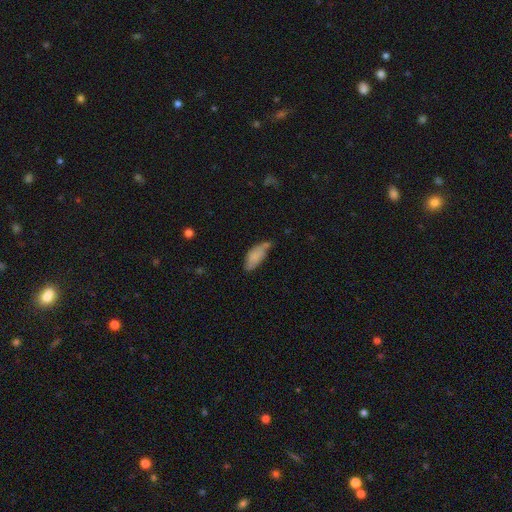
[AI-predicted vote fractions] smooth 76%, featured or disk 16%, star or artifact 8%. Down the decision tree: how rounded — in between (83%); merging — none (40%).